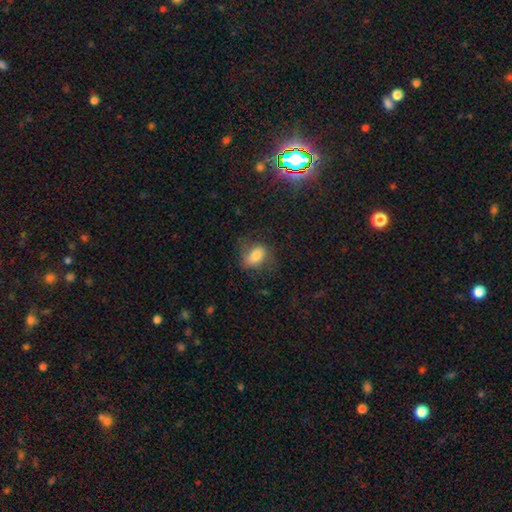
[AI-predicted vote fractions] Smooth or featured? Predicted: smooth (p=0.73). How rounded? Predicted: in between (p=0.82). Merging? Predicted: none (p=0.63).